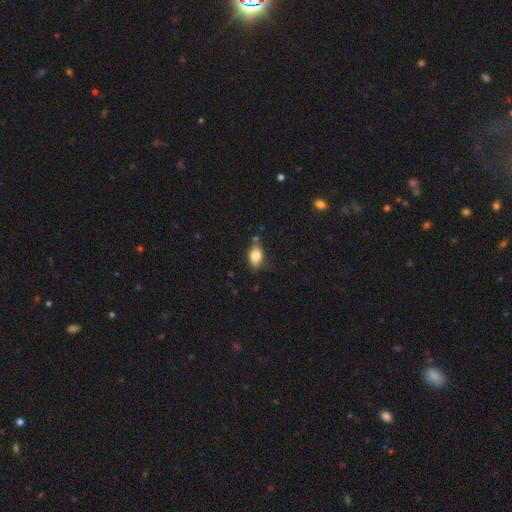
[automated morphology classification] smooth 81%, featured or disk 10%, star or artifact 9%. Down the decision tree: how rounded — in between (80%); merging — none (70%).